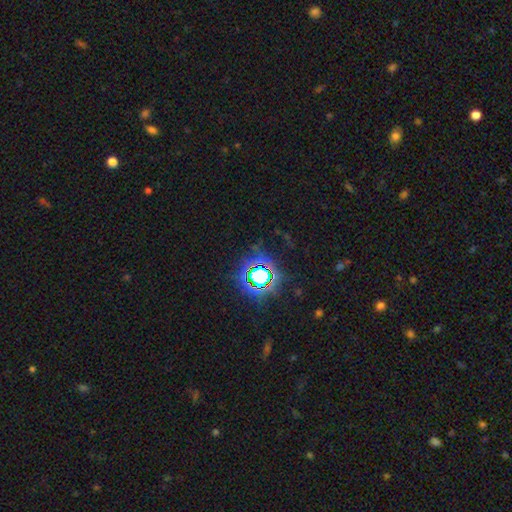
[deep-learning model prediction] smooth-or-featured: star or artifact: 81% | smooth: 12% | featured or disk: 7%